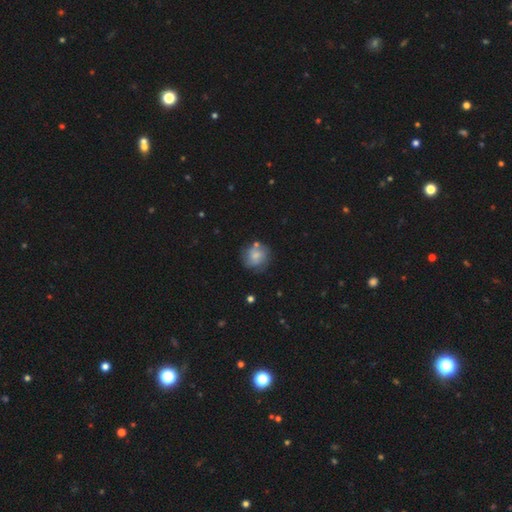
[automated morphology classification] Q: Smooth or featured?
A: smooth (63%); runner-up: featured or disk (29%)
Q: How rounded?
A: round (84%); runner-up: in between (15%)
Q: Merging?
A: none (64%); runner-up: minor disturbance (20%)